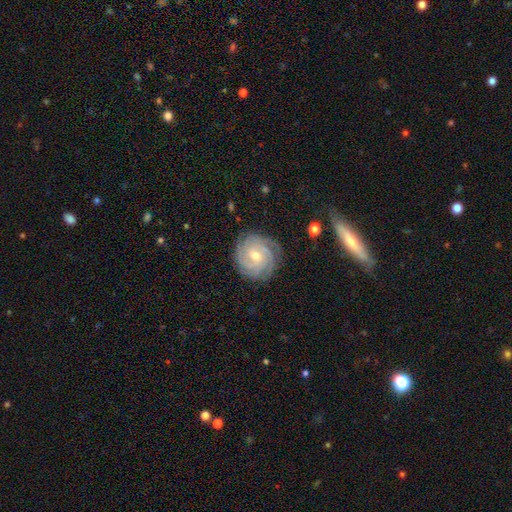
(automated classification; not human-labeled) This is clearly a featured or disk galaxy (84%). It is clearly not viewed edge-on (97%). Bar: possibly no (56%). Spiral arm pattern: clearly yes (98%). Spiral arm count: marginally 4 (30%). Spiral winding: clearly tight (81%). Central bulge: possibly small (52%). Merging: clearly none (83%).